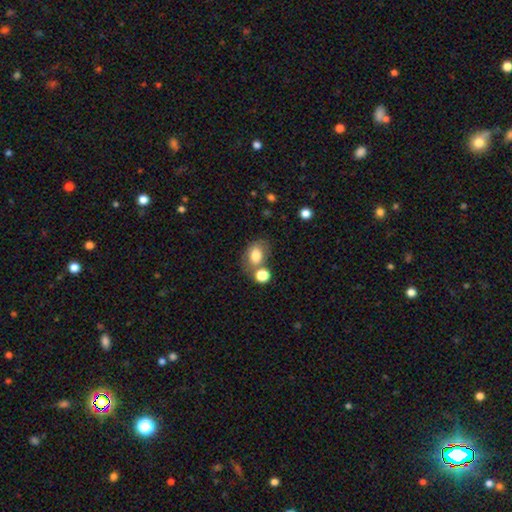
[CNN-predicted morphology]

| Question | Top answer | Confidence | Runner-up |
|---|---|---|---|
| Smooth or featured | smooth | 77% | featured or disk (14%) |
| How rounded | in between | 67% | round (31%) |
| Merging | none | 52% | merger (24%) |